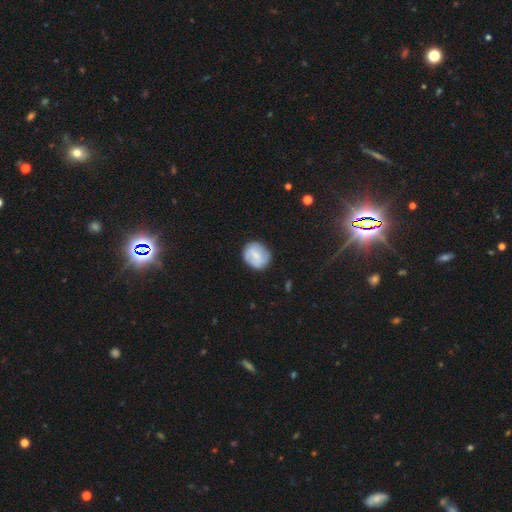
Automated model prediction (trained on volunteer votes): This is likely a smooth galaxy (62%). How rounded: likely round (73%). Merging: clearly none (81%).